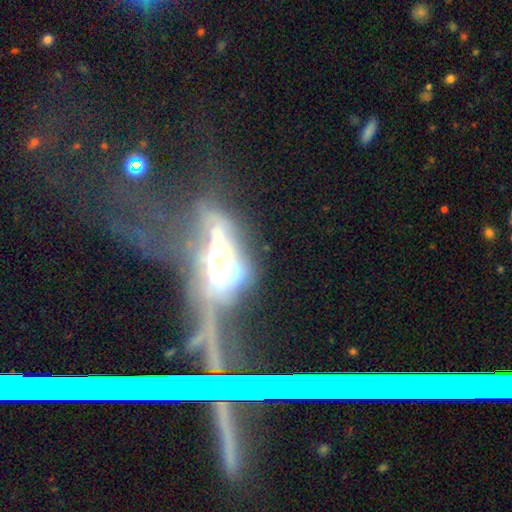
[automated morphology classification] smooth_or_featured: featured or disk (p=0.49) [alt: star or artifact p=0.30]
merging: major disturbance (p=0.38) [alt: none p=0.31]